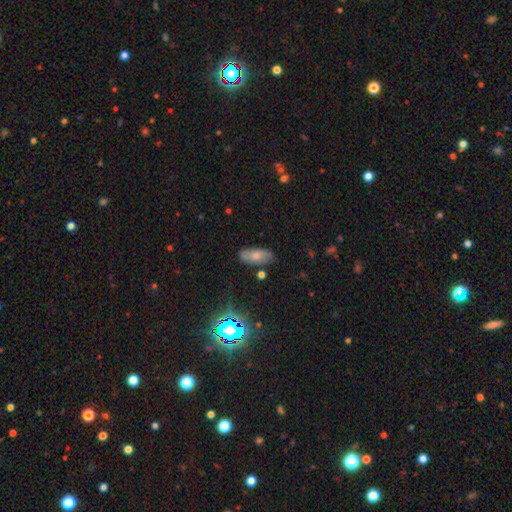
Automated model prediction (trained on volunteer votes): Q: Smooth or featured?
A: smooth (61%); runner-up: featured or disk (27%)
Q: How rounded?
A: in between (85%); runner-up: cigar-shaped (11%)
Q: Merging?
A: none (73%); runner-up: minor disturbance (20%)